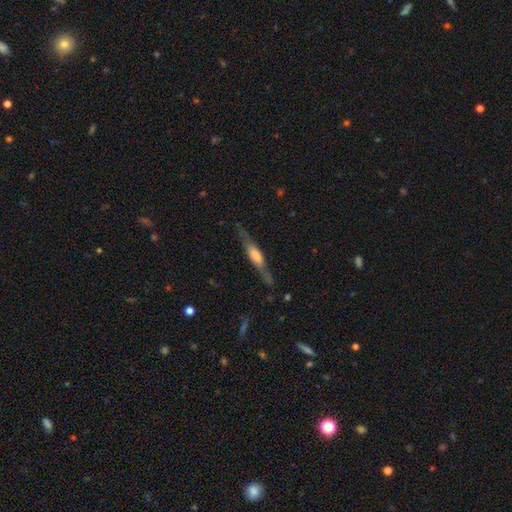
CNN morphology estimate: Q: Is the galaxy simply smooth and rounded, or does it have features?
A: featured or disk — 56%.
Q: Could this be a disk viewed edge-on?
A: yes — 90%.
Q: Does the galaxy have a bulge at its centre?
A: rounded — 48%.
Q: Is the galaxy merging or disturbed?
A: none — 75%.